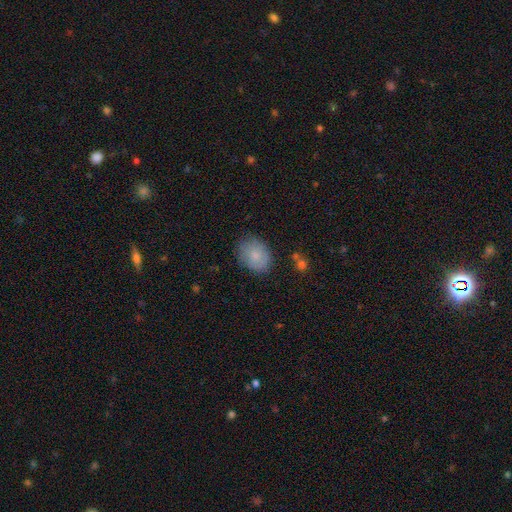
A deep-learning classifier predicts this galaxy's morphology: Smooth or featured: smooth — 80% (featured or disk — 13%)
How rounded: in between — 63% (round — 36%)
Merging: none — 78% (minor disturbance — 17%)